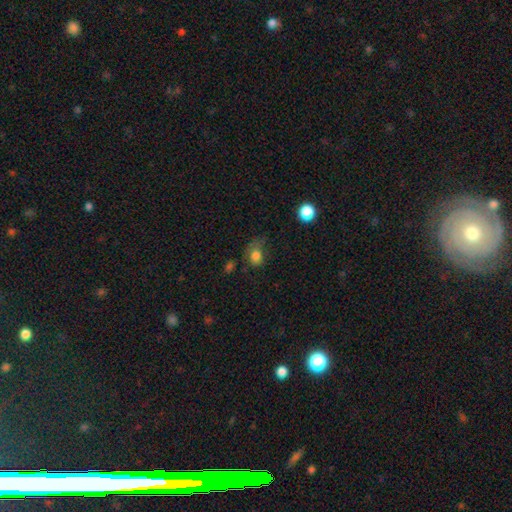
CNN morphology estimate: smooth 78%, star or artifact 13%, featured or disk 9%. Down the decision tree: how rounded — in between (59%); merging — none (39%).